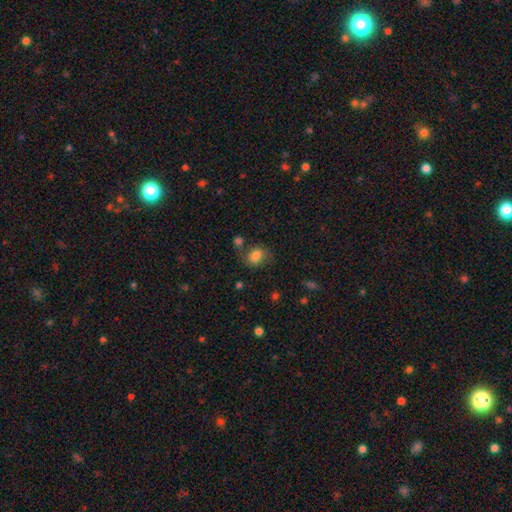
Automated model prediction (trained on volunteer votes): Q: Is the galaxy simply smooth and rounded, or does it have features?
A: smooth — 80%.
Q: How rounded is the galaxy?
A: round — 52%.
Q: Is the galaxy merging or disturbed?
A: none — 63%.